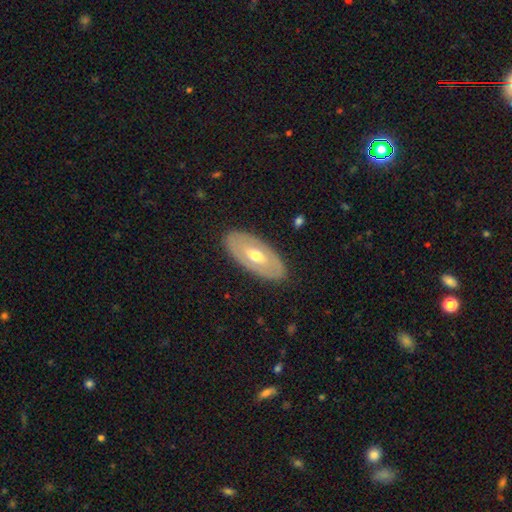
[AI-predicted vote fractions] Smooth or featured?
  - featured or disk: 55% *
  - smooth: 40%
  - star or artifact: 5%
Edge-on disk?
  - no: 83% *
  - yes: 17%
Merging?
  - none: 86% *
  - minor disturbance: 10%
  - major disturbance: 3%
  - merger: 1%